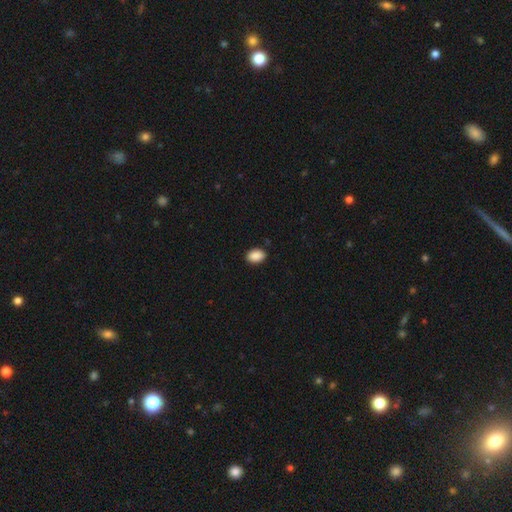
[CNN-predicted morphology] smooth_or_featured: smooth (p=0.90) [alt: star or artifact p=0.07]
how_rounded: in between (p=0.82) [alt: round p=0.16]
merging: none (p=0.88) [alt: minor disturbance p=0.09]